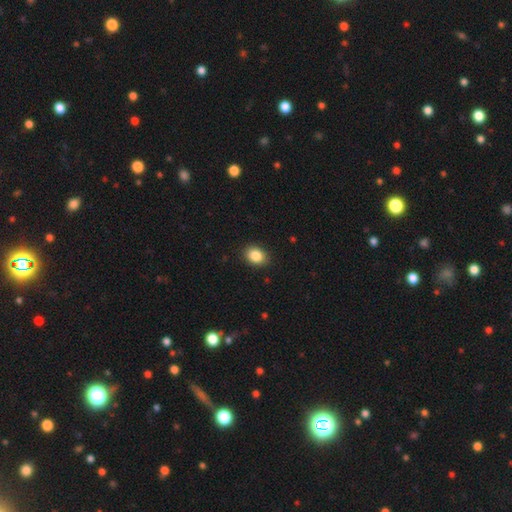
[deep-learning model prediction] This appears to be a smooth galaxy with no disk features (85%) that is in between round and cigar-shaped (61%). Merging: none (88%).